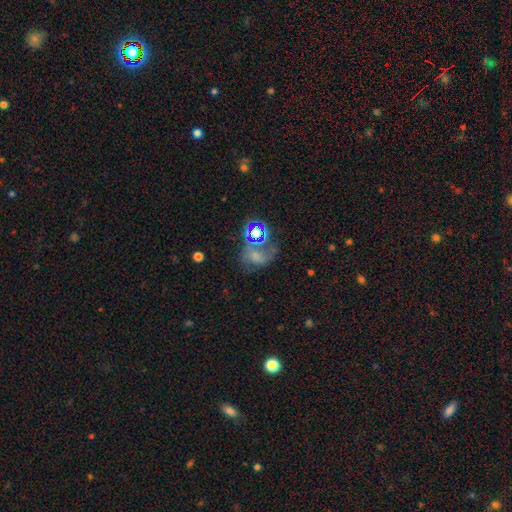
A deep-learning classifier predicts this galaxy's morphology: This appears to be a smooth galaxy with no disk features (39%). Merging: none (33%).